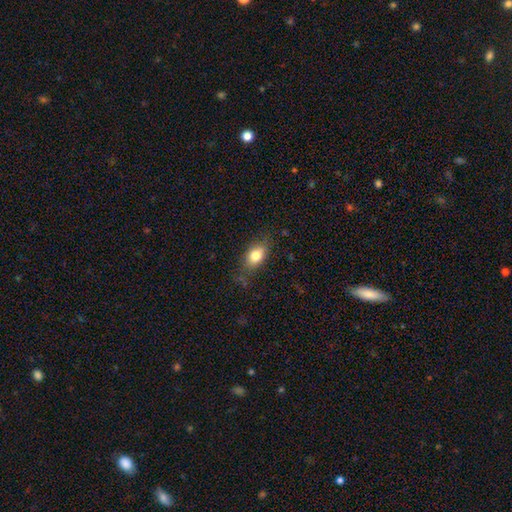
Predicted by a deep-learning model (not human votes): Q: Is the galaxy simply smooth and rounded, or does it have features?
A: smooth — 79%.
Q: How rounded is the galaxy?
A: in between — 82%.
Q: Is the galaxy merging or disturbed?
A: none — 77%.